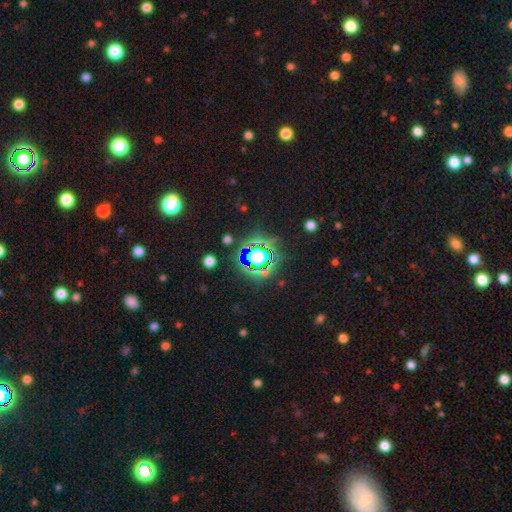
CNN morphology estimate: Smooth or featured? star or artifact (65%)